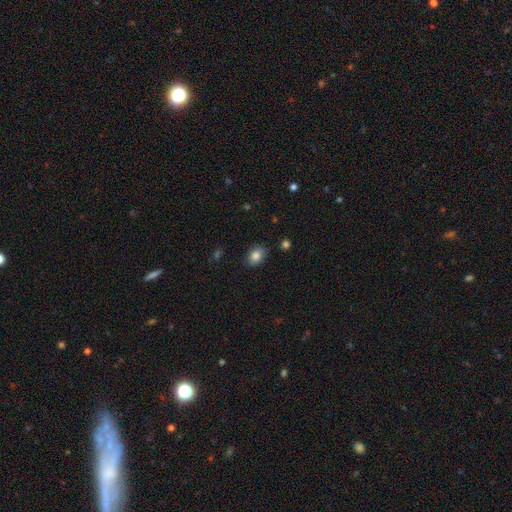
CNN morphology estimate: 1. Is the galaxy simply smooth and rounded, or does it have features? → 84% smooth, 9% star or artifact, 7% featured or disk.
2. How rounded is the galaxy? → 76% in between, 23% round, 1% cigar-shaped.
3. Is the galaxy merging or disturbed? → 83% none, 13% minor disturbance, 3% major disturbance, 2% merger.